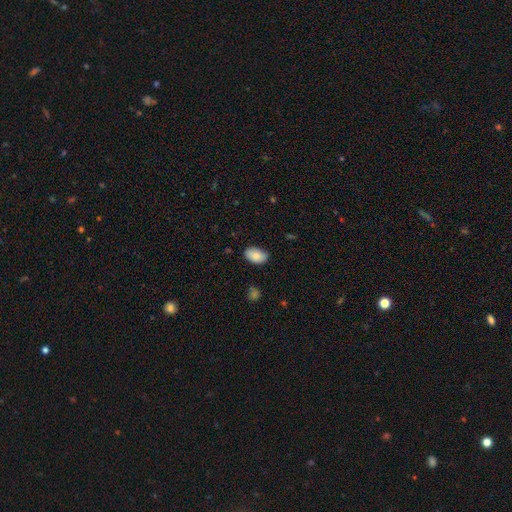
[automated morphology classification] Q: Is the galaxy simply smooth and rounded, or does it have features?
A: smooth — 84%.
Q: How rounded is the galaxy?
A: in between — 91%.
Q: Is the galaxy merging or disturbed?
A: none — 77%.